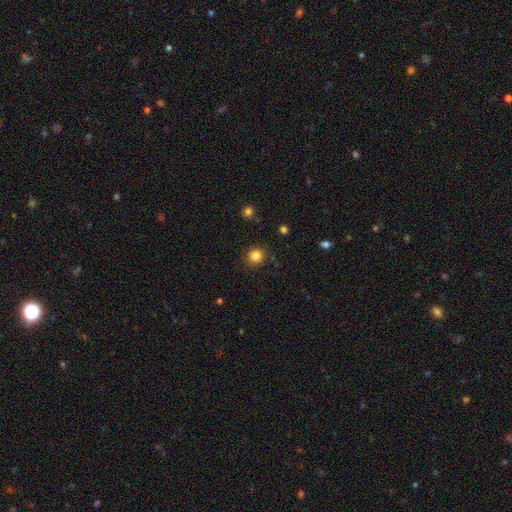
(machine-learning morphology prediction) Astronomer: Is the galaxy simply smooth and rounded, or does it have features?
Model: smooth — 83%.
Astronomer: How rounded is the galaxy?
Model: round — 87%.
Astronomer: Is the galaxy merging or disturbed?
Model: none — 89%.